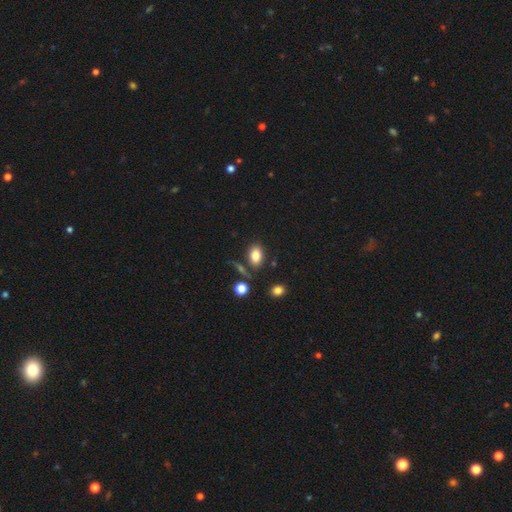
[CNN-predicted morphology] Smooth or featured? smooth (81%)
How rounded? in between (83%)
Merging? none (73%)